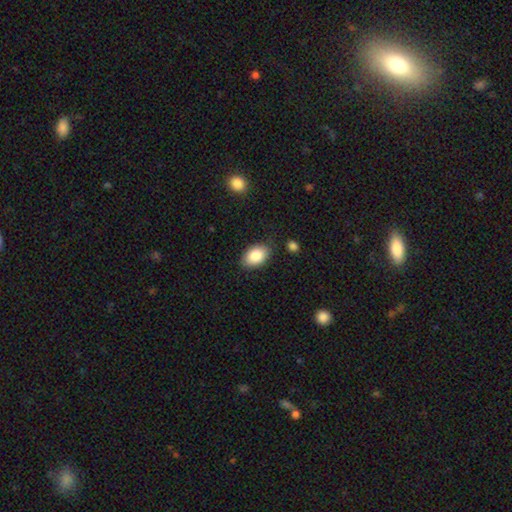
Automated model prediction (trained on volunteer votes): Morphology: type=smooth (87%); roundness=in between (90%); merging=none (84%).